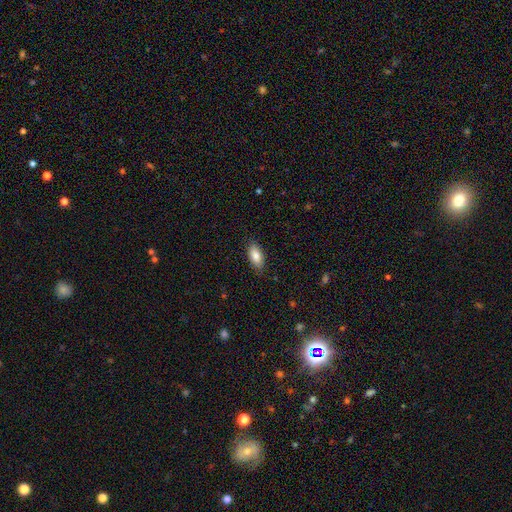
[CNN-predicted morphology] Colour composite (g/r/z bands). It shows a smooth galaxy with no disk features (83%) that is in between round and cigar-shaped (90%). Merging: none (85%).